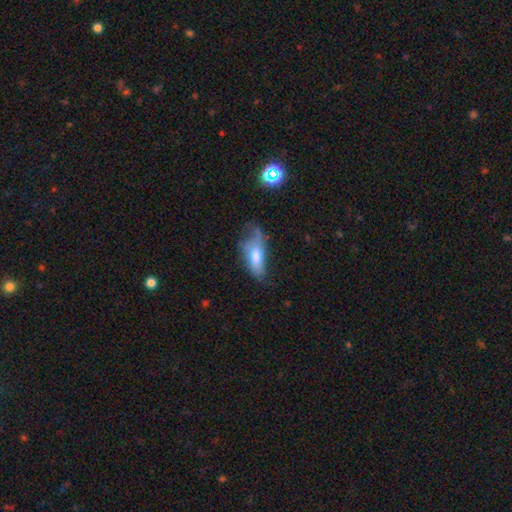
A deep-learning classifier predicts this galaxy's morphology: smooth 56%, featured or disk 34%, star or artifact 10%. Down the decision tree: how rounded — in between (73%); merging — none (34%).